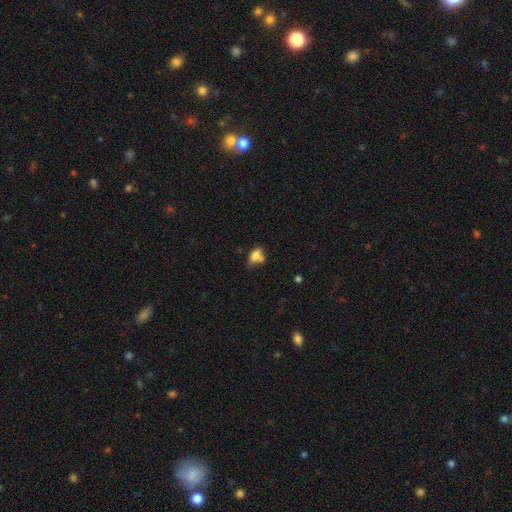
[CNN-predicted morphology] This appears to be a smooth galaxy with no disk features (72%) that is in between round and cigar-shaped (81%). Merging: none (39%).